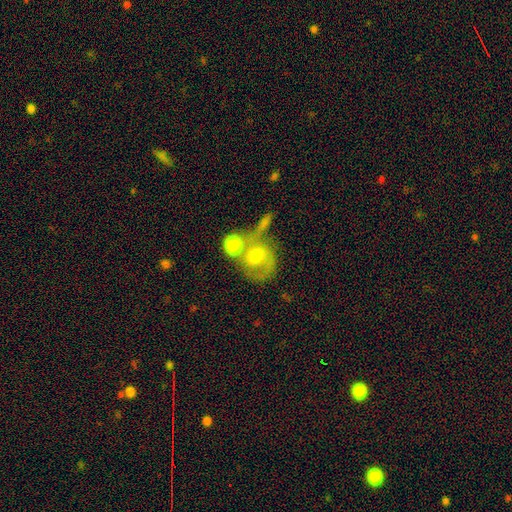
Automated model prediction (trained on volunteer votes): Smooth or featured: featured or disk — 55% (smooth — 36%)
Edge-on disk: no — 96% (yes — 4%)
Bar: no — 62% (weak — 30%)
Spiral arms: yes — 76% (no — 24%)
Bulge size: moderate — 55% (small — 33%)
Merging: none — 37% (merger — 31%)